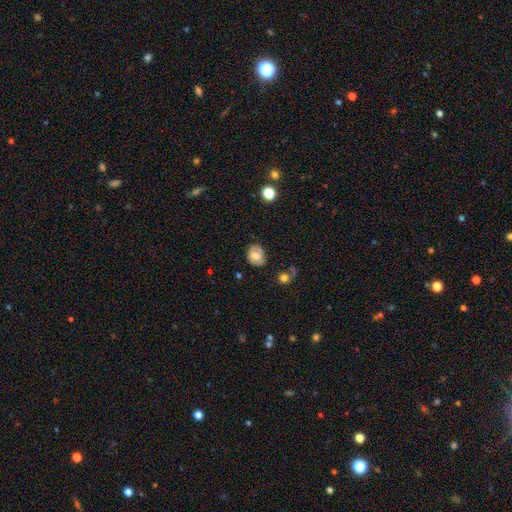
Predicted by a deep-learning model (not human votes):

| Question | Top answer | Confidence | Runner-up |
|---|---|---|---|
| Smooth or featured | smooth | 60% | featured or disk (31%) |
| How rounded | round | 52% | in between (47%) |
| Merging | none | 68% | minor disturbance (22%) |